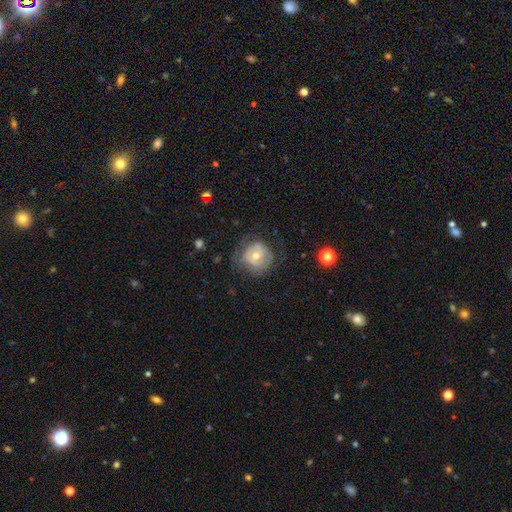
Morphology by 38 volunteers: A smooth galaxy with no disk features (47%) that is round (78%). Merging: none (66%).